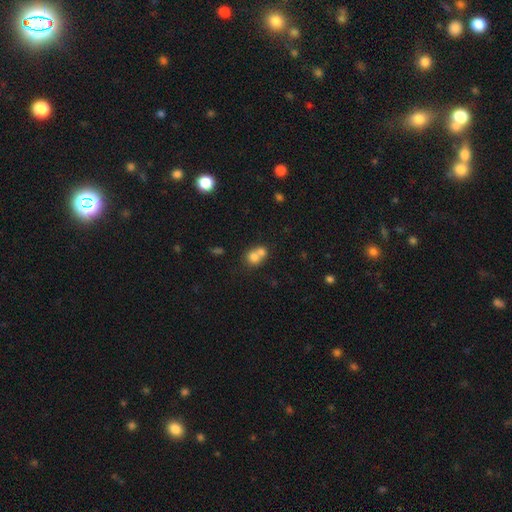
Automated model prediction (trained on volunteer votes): Morphology: type=smooth (73%); roundness=round (73%); merging=merger (64%).